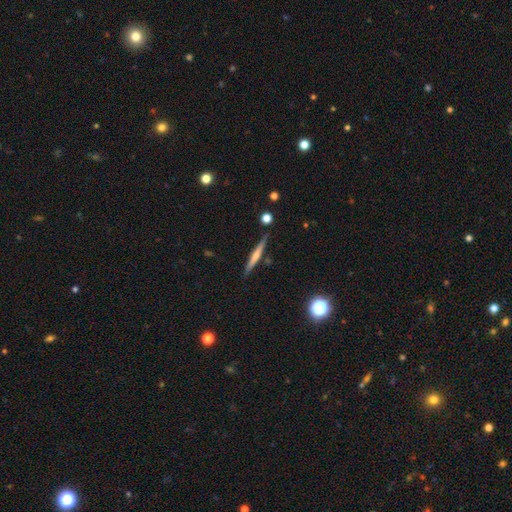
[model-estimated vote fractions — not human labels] The model was most divided on "edge-on bulge": rounded: 49%, none: 40%, boxy: 12%. More confident: edge-on disk — yes (97%); merging — none (86%); smooth or featured — featured or disk (55%).